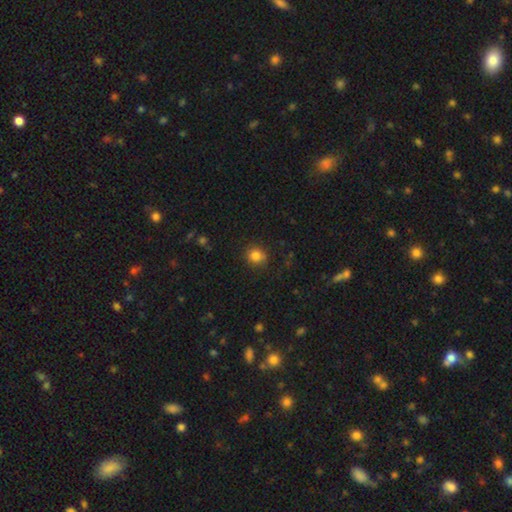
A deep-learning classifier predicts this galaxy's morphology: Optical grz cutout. It shows a smooth galaxy with no disk features (84%) that is round (86%). Merging: none (85%).